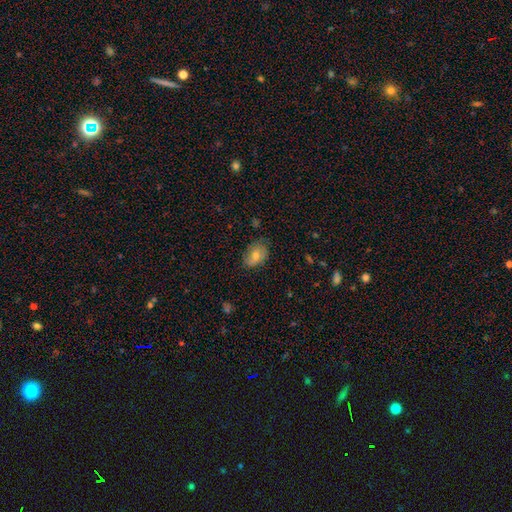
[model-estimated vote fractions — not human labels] Smooth or featured?
  - smooth: 63% *
  - featured or disk: 27%
  - star or artifact: 10%
How rounded?
  - in between: 82% *
  - round: 16%
  - cigar-shaped: 2%
Merging?
  - none: 75% *
  - minor disturbance: 20%
  - major disturbance: 4%
  - merger: 1%